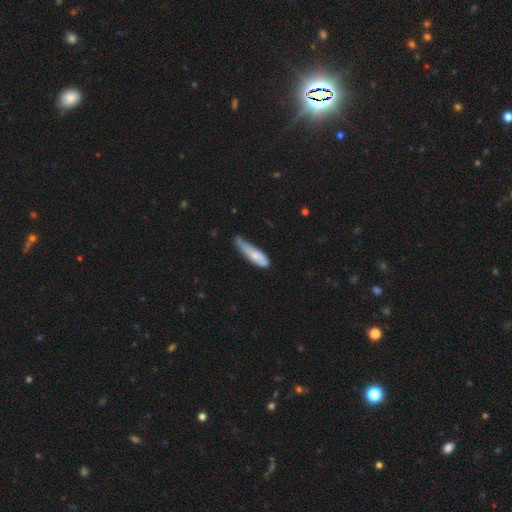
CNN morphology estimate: Smooth or featured?
  - smooth: 70% *
  - featured or disk: 24%
  - star or artifact: 6%
How rounded?
  - cigar-shaped: 66% *
  - in between: 32%
  - round: 2%
Merging?
  - minor disturbance: 46% *
  - none: 30%
  - major disturbance: 18%
  - merger: 6%